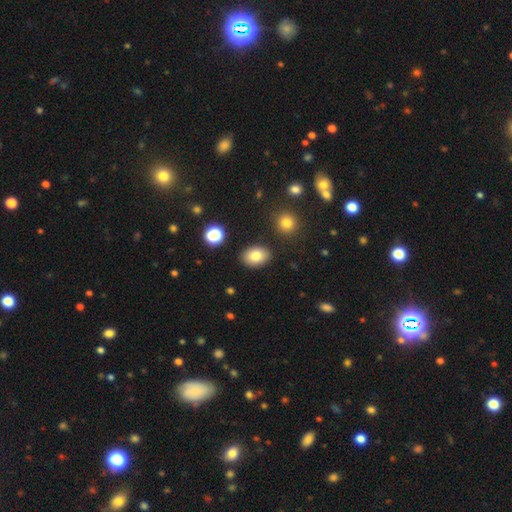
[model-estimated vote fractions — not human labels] This is clearly a smooth galaxy (83%). How rounded: likely in between (76%). Merging: clearly none (87%).